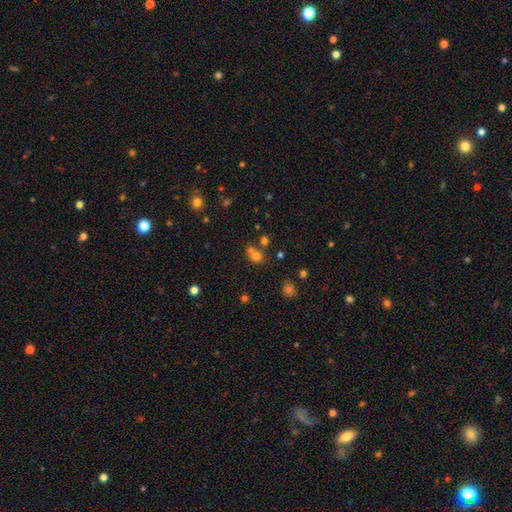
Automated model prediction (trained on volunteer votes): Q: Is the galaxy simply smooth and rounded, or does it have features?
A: smooth — 69%.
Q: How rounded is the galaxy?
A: round — 77%.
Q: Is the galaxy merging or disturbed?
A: none — 45%.